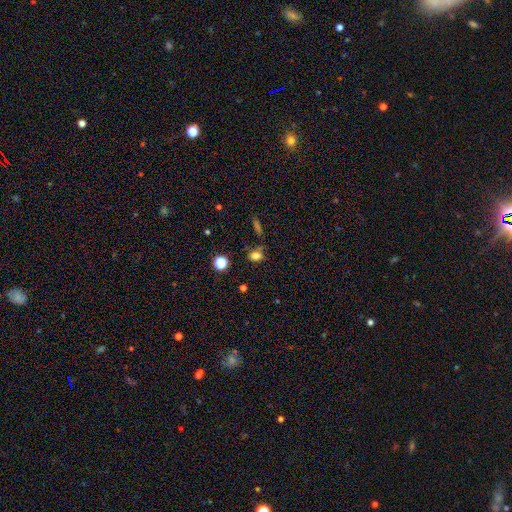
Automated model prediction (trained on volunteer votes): Overall: smooth (73%). How rounded: in between (59%; round 38%). Merging: none (68%).